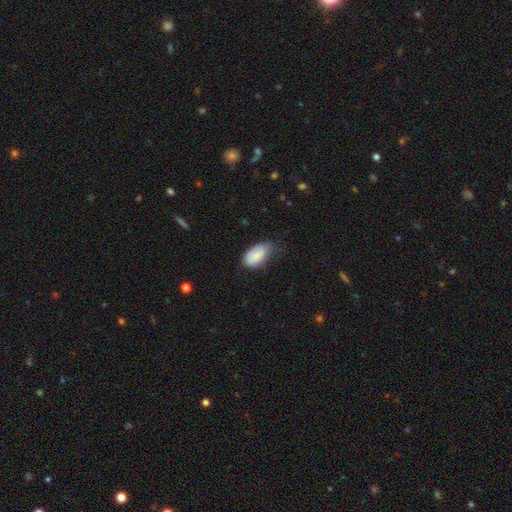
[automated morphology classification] This is clearly a smooth galaxy (86%). How rounded: clearly in between (94%). Merging: possibly none (48%).